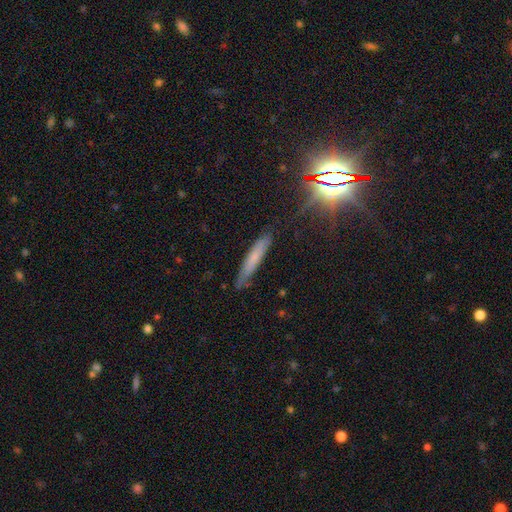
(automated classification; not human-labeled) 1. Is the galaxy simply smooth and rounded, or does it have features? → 56% smooth, 28% featured or disk, 16% star or artifact.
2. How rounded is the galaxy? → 92% cigar-shaped, 7% in between, 2% round.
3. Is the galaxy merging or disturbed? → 81% none, 15% minor disturbance, 3% major disturbance, 2% merger.